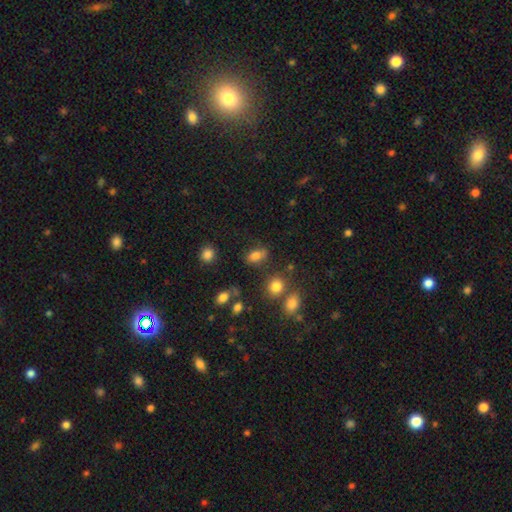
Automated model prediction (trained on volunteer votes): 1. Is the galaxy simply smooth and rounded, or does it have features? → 78% smooth, 12% star or artifact, 10% featured or disk.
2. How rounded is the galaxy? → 80% in between, 16% round, 5% cigar-shaped.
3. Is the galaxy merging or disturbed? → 66% none, 19% minor disturbance, 7% major disturbance, 7% merger.